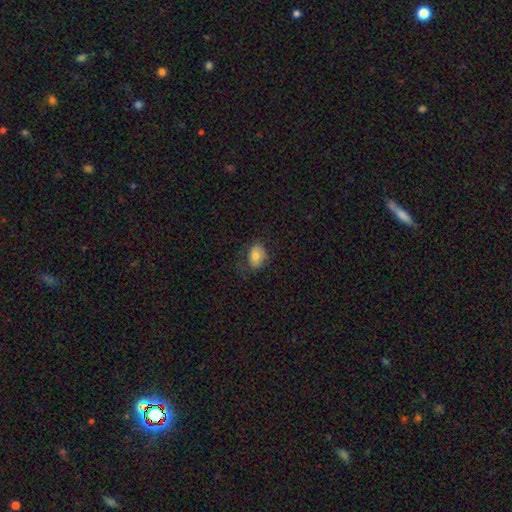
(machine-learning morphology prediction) type=smooth (76%); roundness=in between (72%); merging=none (59%).